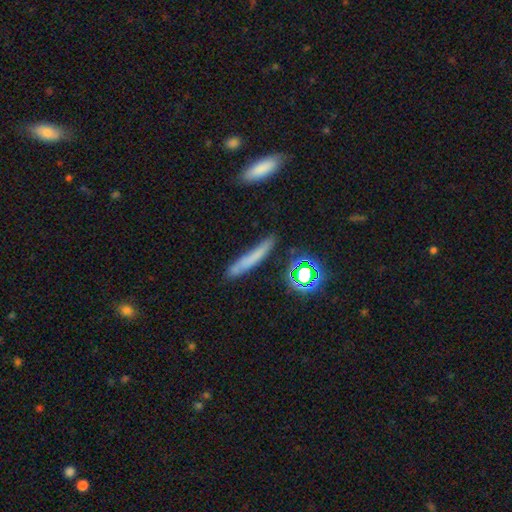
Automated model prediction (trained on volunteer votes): Smooth or featured: smooth — 64% (featured or disk — 22%)
How rounded: cigar-shaped — 89% (in between — 8%)
Merging: none — 72% (minor disturbance — 19%)